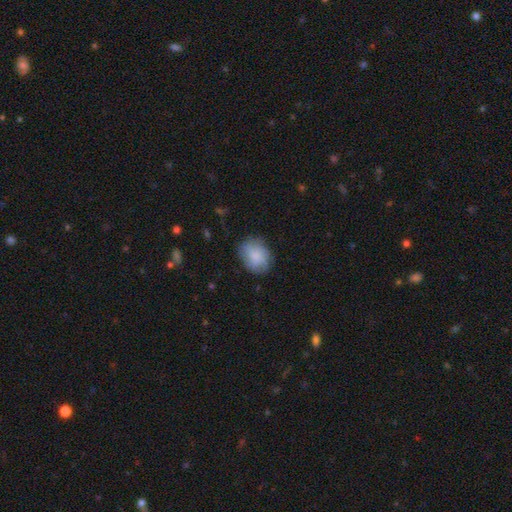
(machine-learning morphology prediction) This appears to be a smooth galaxy with no disk features (78%) that is in between round and cigar-shaped (59%). Merging: none (73%).